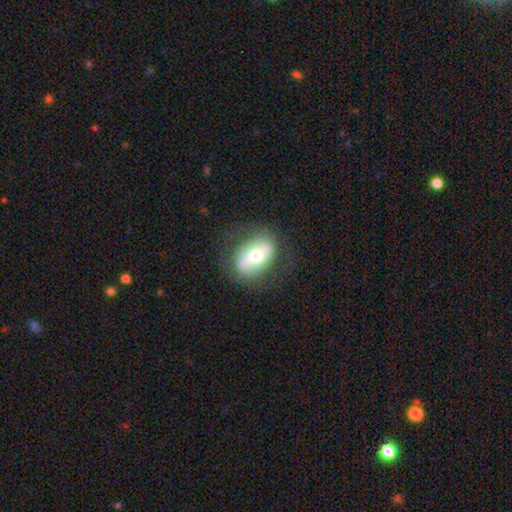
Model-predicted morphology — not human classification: A smooth galaxy with no disk features (48%).

Vote fractions:
- Smooth or featured? smooth: 48% / featured or disk: 43% / star or artifact: 8%
- Merging? none: 73% / minor disturbance: 16% / major disturbance: 9% / merger: 2%